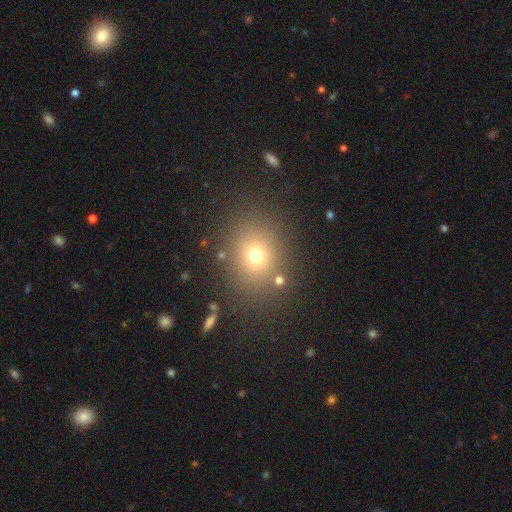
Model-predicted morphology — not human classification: smooth_or_featured: smooth (p=0.70) [alt: star or artifact p=0.19]
how_rounded: round (p=0.64) [alt: in between p=0.35]
merging: none (p=0.82) [alt: minor disturbance p=0.09]